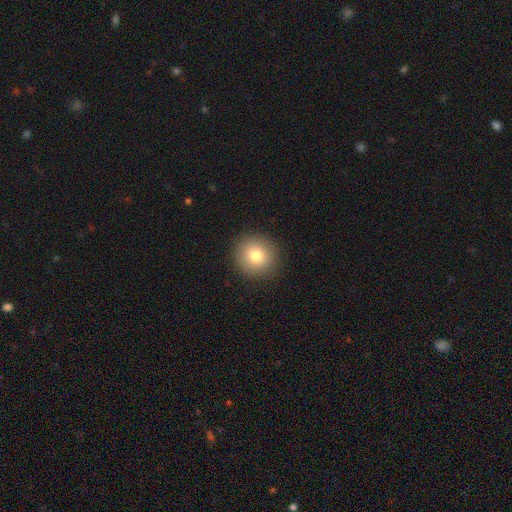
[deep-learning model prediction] smooth_or_featured: smooth (p=0.78) [alt: star or artifact p=0.11]
how_rounded: round (p=0.94) [alt: in between p=0.05]
merging: none (p=0.91) [alt: minor disturbance p=0.06]